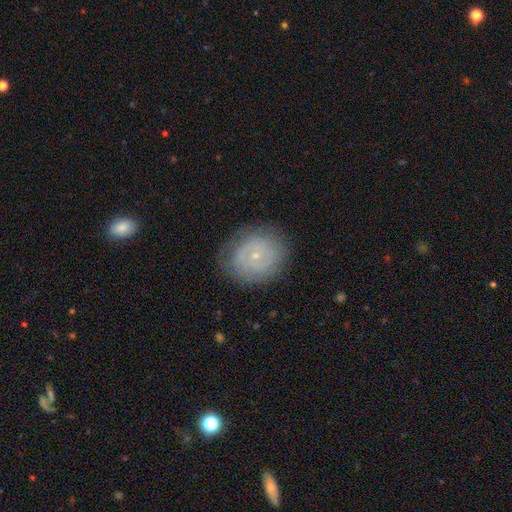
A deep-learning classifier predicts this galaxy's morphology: type=featured or disk (61%); edge-on=no (97%); bar=no (78%); spiral arms=yes (77%); bulge=small (83%); merging=none (78%).